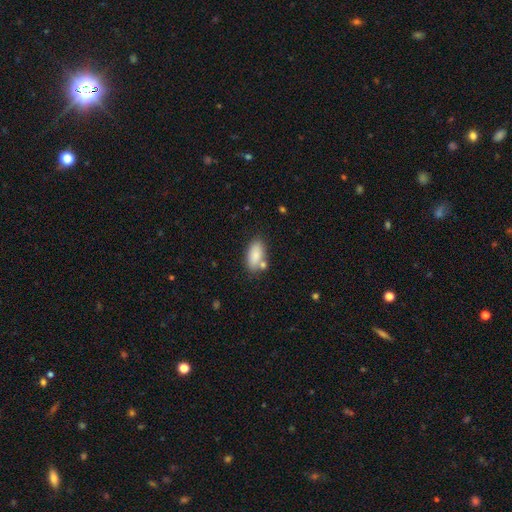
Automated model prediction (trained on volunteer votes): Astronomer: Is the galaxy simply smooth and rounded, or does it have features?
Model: smooth — 85%.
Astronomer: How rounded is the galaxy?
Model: in between — 90%.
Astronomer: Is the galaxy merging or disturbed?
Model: none — 67%.